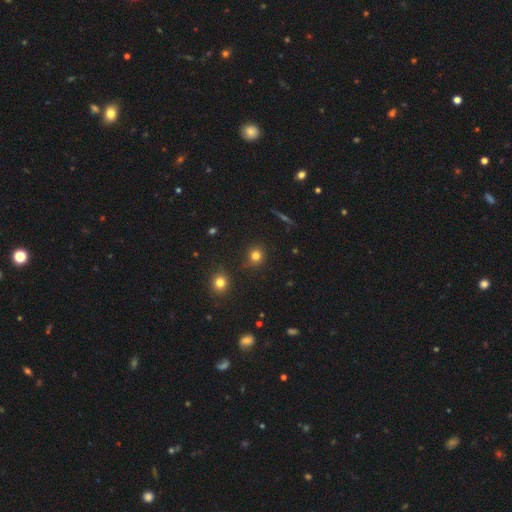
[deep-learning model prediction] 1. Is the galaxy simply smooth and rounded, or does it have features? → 78% smooth, 16% star or artifact, 6% featured or disk.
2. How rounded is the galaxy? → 88% round, 10% in between, 1% cigar-shaped.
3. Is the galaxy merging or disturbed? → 84% none, 10% minor disturbance, 3% merger, 3% major disturbance.